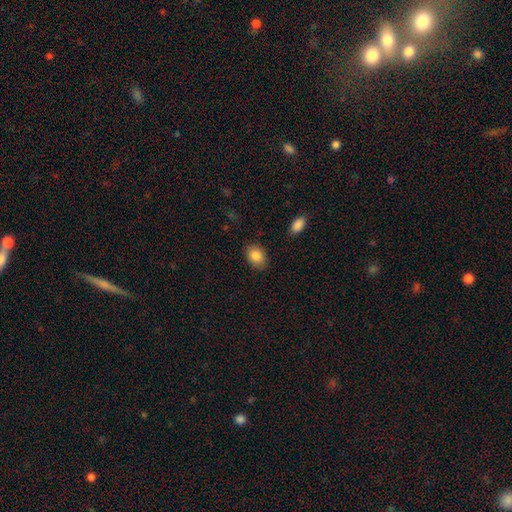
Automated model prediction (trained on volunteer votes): Smooth or featured? Predicted: smooth (p=0.85). How rounded? Predicted: in between (p=0.74). Merging? Predicted: none (p=0.85).